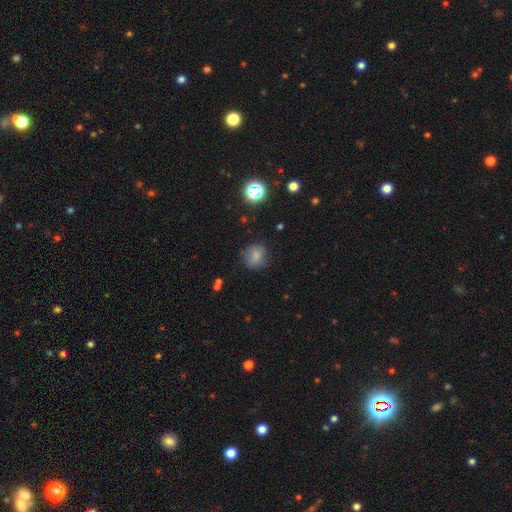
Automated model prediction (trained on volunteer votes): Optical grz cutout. It shows a smooth galaxy with no disk features (77%) that is round (82%). Merging: none (77%).